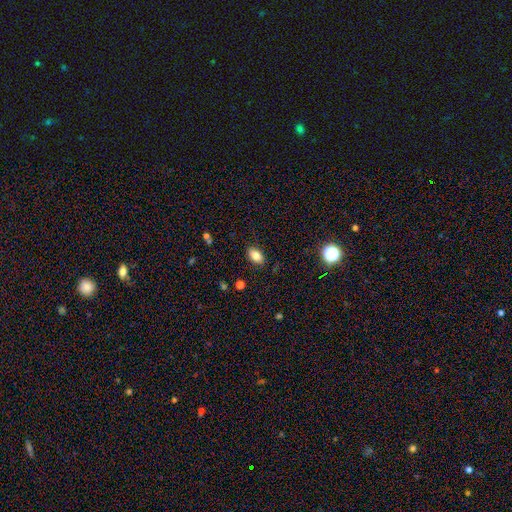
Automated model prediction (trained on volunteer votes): Smooth or featured?
  - smooth: 82% *
  - star or artifact: 10%
  - featured or disk: 8%
How rounded?
  - in between: 89% *
  - round: 9%
  - cigar-shaped: 2%
Merging?
  - none: 86% *
  - minor disturbance: 10%
  - major disturbance: 2%
  - merger: 1%